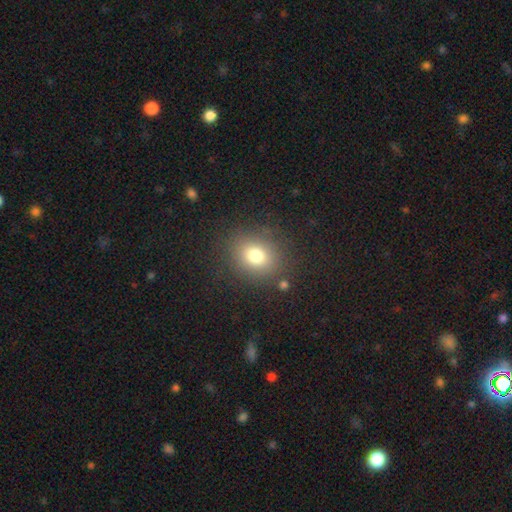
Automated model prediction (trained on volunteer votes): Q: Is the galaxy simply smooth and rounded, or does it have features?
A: smooth — 76%.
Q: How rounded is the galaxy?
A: round — 72%.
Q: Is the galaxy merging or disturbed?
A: none — 84%.